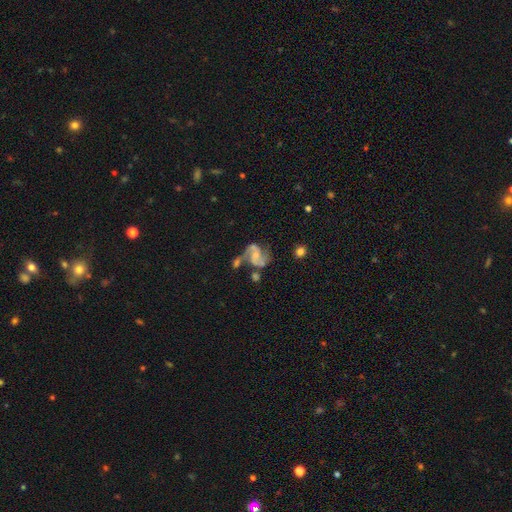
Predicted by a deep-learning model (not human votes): Smooth or featured?
  - featured or disk: 86% *
  - smooth: 8%
  - star or artifact: 6%
Edge-on disk?
  - no: 98% *
  - yes: 2%
Bar?
  - no: 53% *
  - weak: 37%
  - strong: 10%
Spiral arms?
  - yes: 96% *
  - no: 4%
Spiral winding?
  - medium: 50% *
  - loose: 37%
  - tight: 12%
Spiral arm count?
  - 2: 89% *
  - can't tell: 3%
  - 3: 3%
  - 1: 2%
  - 4: 1%
  - more than 4: 1%
Bulge size?
  - small: 55% *
  - moderate: 28%
  - none: 13%
  - large: 2%
  - dominant: 1%
Merging?
  - none: 41% *
  - merger: 22%
  - minor disturbance: 19%
  - major disturbance: 17%